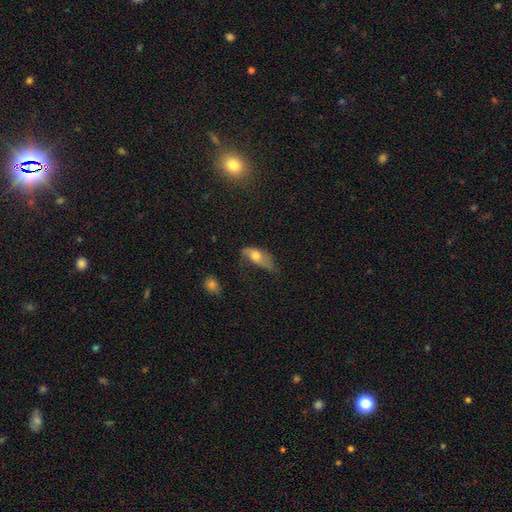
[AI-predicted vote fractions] Smooth or featured? Predicted: smooth (p=0.57). How rounded? Predicted: in between (p=0.78). Merging? Predicted: minor disturbance (p=0.36).